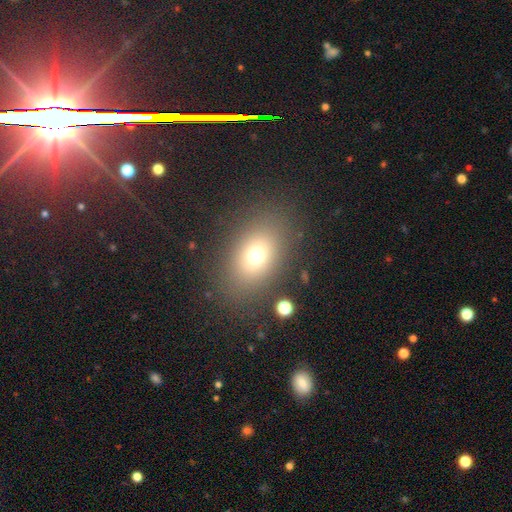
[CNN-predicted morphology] smooth_or_featured: smooth (p=0.70) [alt: star or artifact p=0.16]
how_rounded: in between (p=0.73) [alt: round p=0.25]
merging: none (p=0.83) [alt: minor disturbance p=0.09]